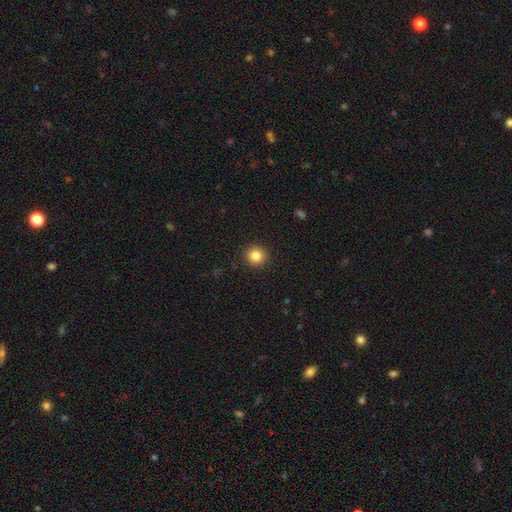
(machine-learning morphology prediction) Smooth or featured? smooth (85%)
How rounded? round (94%)
Merging? none (92%)